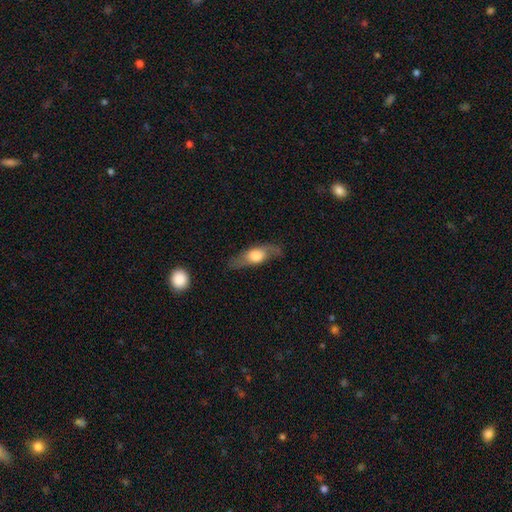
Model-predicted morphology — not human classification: Smooth or featured? Predicted: featured or disk (p=0.48). Merging? Predicted: none (p=0.75).